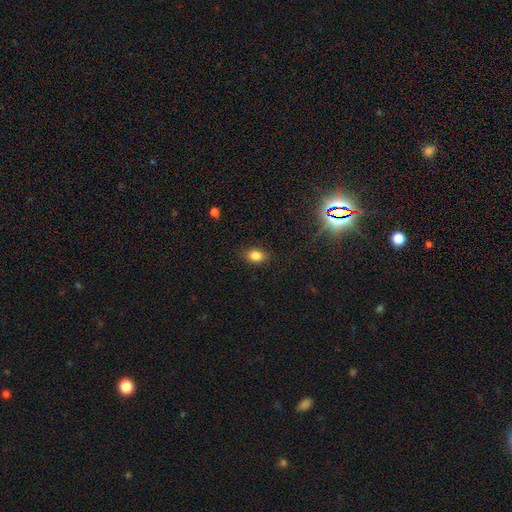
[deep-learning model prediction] This appears to be a smooth galaxy with no disk features (82%) that is in between round and cigar-shaped (72%). Merging: none (86%).